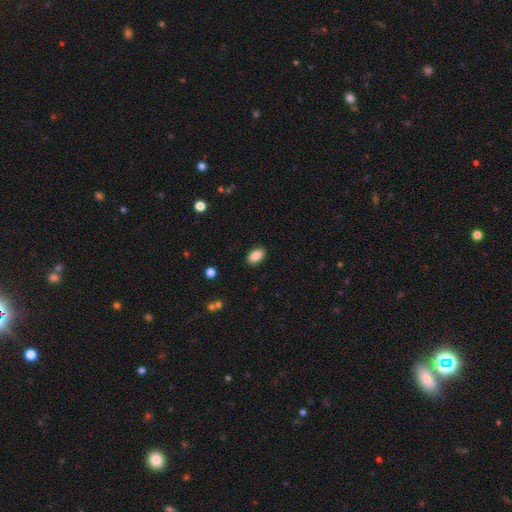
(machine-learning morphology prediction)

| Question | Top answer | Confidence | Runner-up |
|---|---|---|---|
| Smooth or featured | smooth | 88% | star or artifact (8%) |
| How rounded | in between | 91% | round (7%) |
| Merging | none | 89% | minor disturbance (8%) |